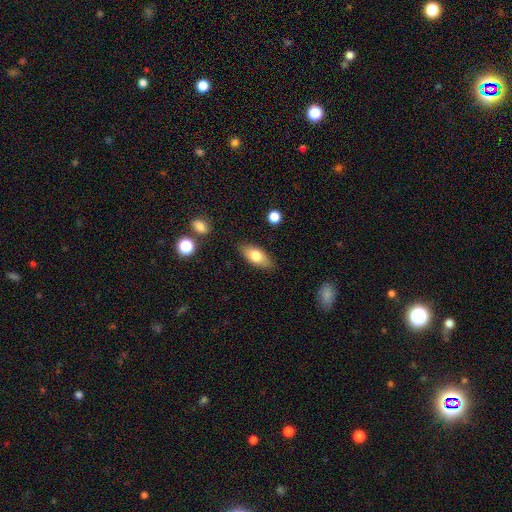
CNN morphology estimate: The model was most divided on "smooth or featured": smooth: 75%, featured or disk: 18%, star or artifact: 7%. More confident: how rounded — in between (85%); merging — none (84%).